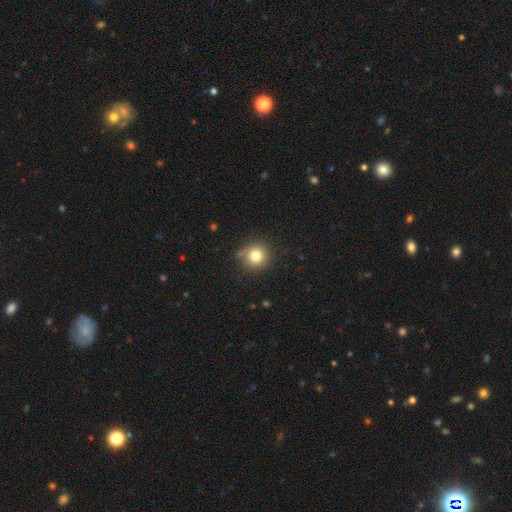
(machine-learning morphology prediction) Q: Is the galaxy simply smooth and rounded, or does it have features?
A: smooth — 79%.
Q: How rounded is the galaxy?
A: round — 92%.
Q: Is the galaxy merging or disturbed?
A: none — 81%.